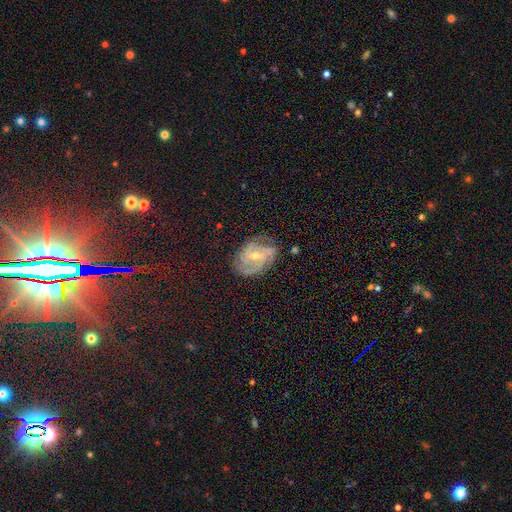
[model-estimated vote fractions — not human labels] featured or disk 70%, star or artifact 18%, smooth 12%. Down the decision tree: edge-on disk — no (97%); bar — no (50%); spiral arms — yes (94%); spiral arm count — 2 (38%); spiral winding — tight (52%); bulge size — small (52%); merging — none (74%).